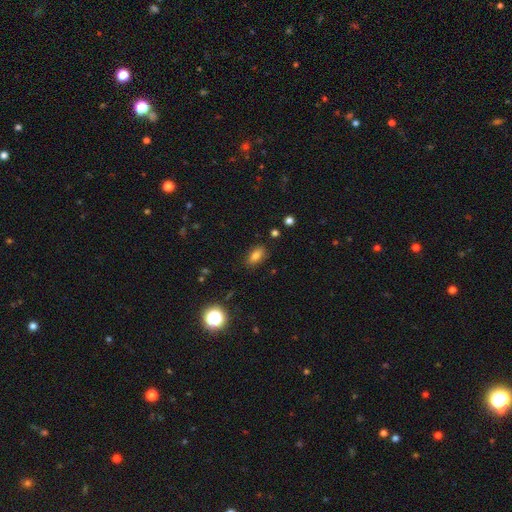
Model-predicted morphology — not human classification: This appears to be a smooth galaxy with no disk features (77%) that is in between round and cigar-shaped (86%). Merging: none (85%).